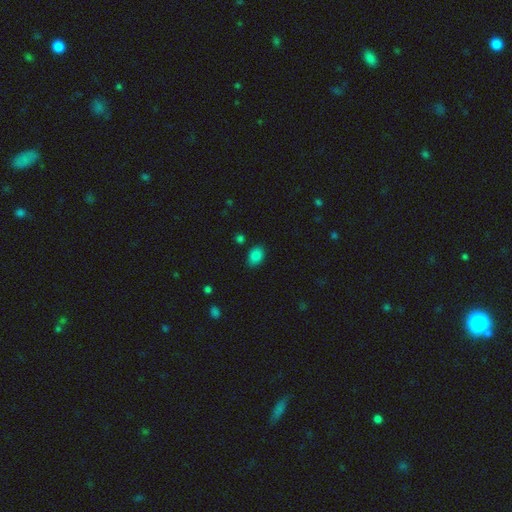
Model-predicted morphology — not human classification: Q: Smooth or featured?
A: smooth (86%); runner-up: star or artifact (10%)
Q: How rounded?
A: in between (78%); runner-up: round (21%)
Q: Merging?
A: none (81%); runner-up: minor disturbance (14%)